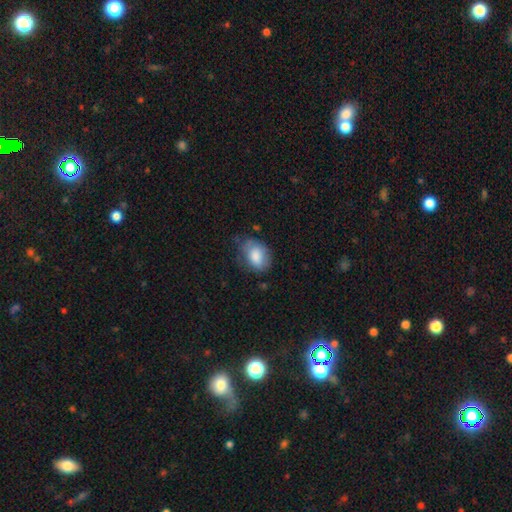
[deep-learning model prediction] This is likely a smooth galaxy (80%). How rounded: likely in between (79%). Merging: possibly none (53%).